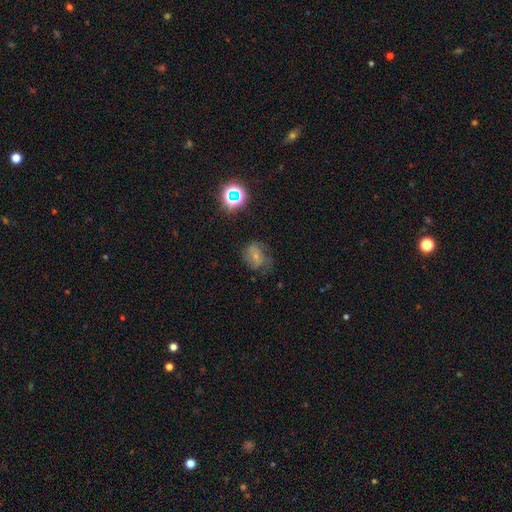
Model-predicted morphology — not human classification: A smooth galaxy with no disk features (44%). Merging: none (48%).